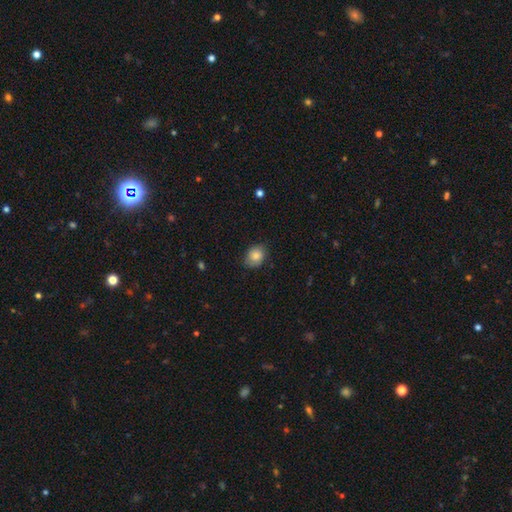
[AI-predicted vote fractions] A smooth galaxy with no disk features (84%) that is round (55%). Merging: none (79%).